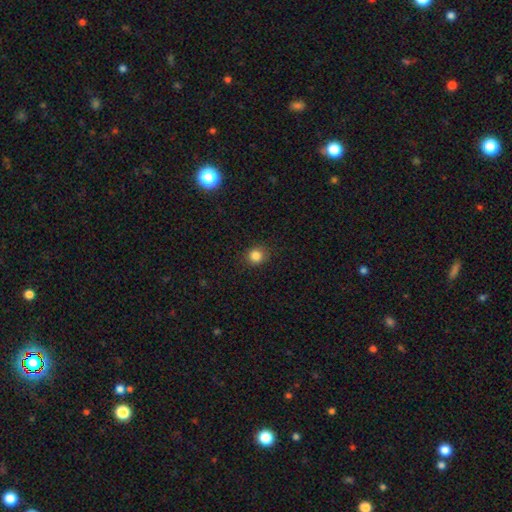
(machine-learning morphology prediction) Q: Smooth or featured?
A: smooth (84%); runner-up: star or artifact (12%)
Q: How rounded?
A: round (86%); runner-up: in between (13%)
Q: Merging?
A: none (88%); runner-up: minor disturbance (8%)